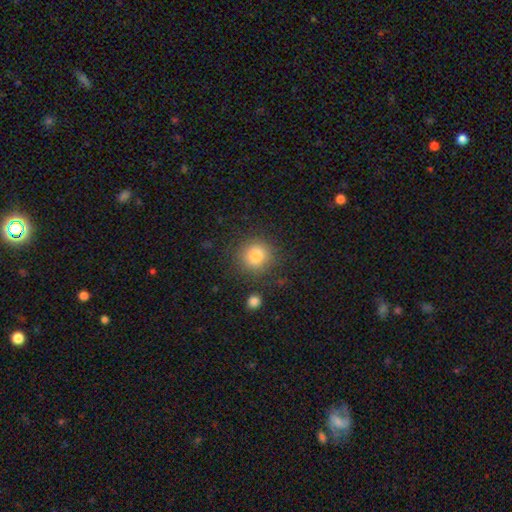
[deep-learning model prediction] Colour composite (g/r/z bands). It shows a smooth galaxy with no disk features (83%) that is round (87%). Merging: none (82%).